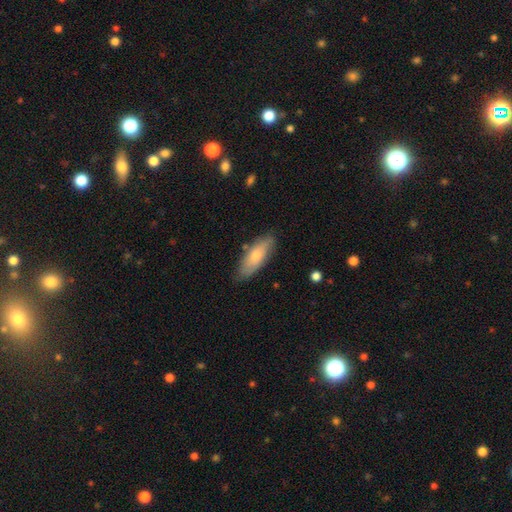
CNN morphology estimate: Smooth or featured? Predicted: smooth (p=0.69). How rounded? Predicted: in between (p=0.71). Merging? Predicted: none (p=0.78).